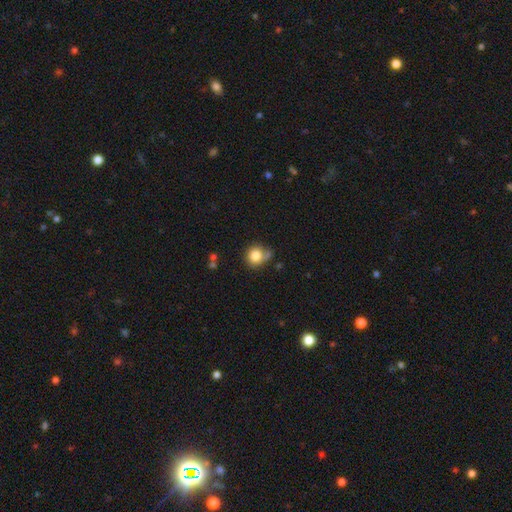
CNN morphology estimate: This appears to be a smooth galaxy with no disk features (81%) that is round (80%). Merging: none (55%).